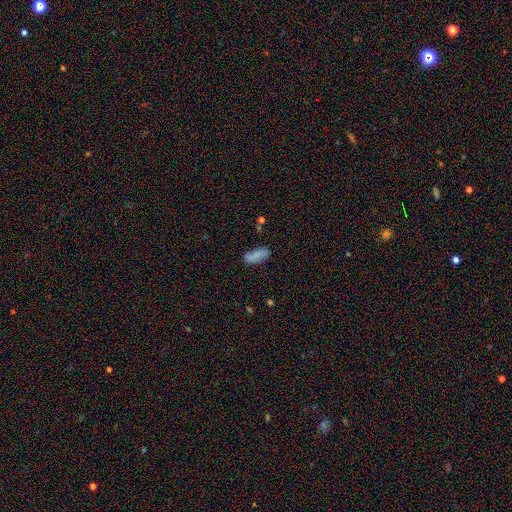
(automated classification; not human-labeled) Smooth or featured: smooth — 73% (featured or disk — 18%)
How rounded: in between — 78% (cigar-shaped — 19%)
Merging: none — 75% (minor disturbance — 18%)